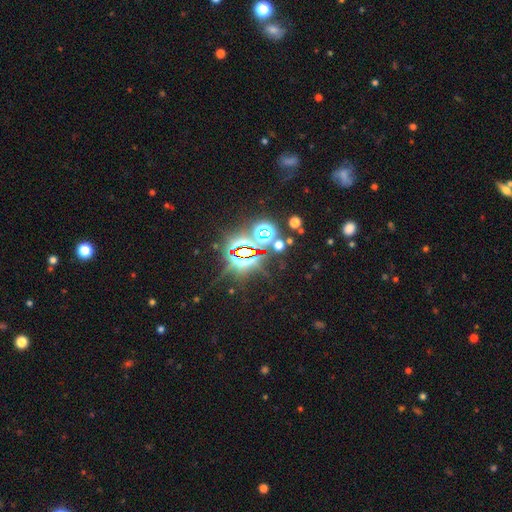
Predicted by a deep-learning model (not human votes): Smooth or featured: star or artifact — 81% (smooth — 11%)